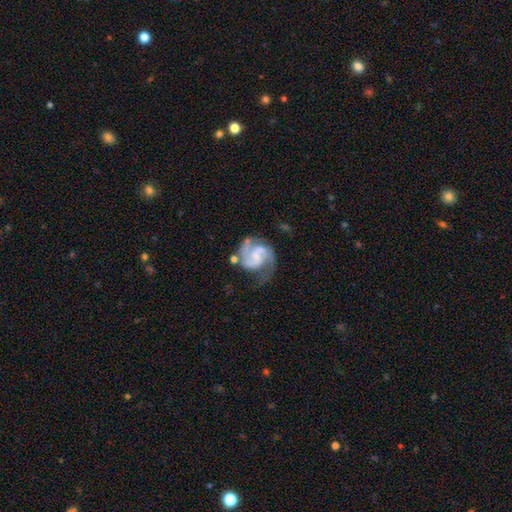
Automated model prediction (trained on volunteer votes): smooth-or-featured: featured or disk: 85% | smooth: 10% | star or artifact: 5%
  disk-edge-on: no: 98% | yes: 2%
    bar: no: 46% | weak: 42% | strong: 12%
    has-spiral-arms: yes: 96% | no: 4%
      spiral-winding: medium: 52% | tight: 30% | loose: 18%
      spiral-arm-count: 2: 76% | 3: 10% | can't tell: 7% | 1: 4% | 4: 2% | more than 4: 2%
    bulge-size: small: 36% | none: 35% | moderate: 22% | large: 6% | dominant: 2%
  merging: none: 52% | minor disturbance: 23% | major disturbance: 19% | merger: 7%